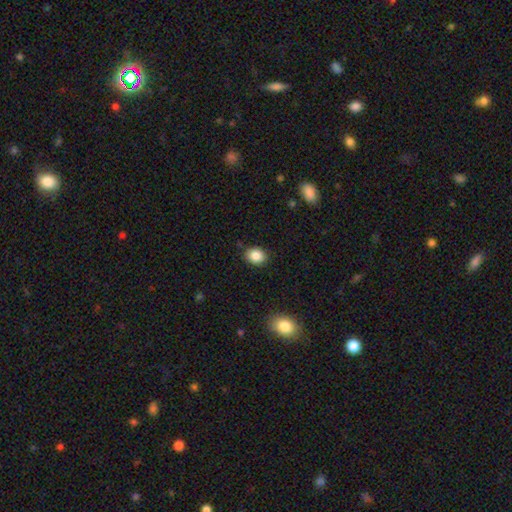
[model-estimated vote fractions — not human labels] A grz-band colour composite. It shows a smooth galaxy with no disk features (86%) that is round (50%). Merging: none (86%).